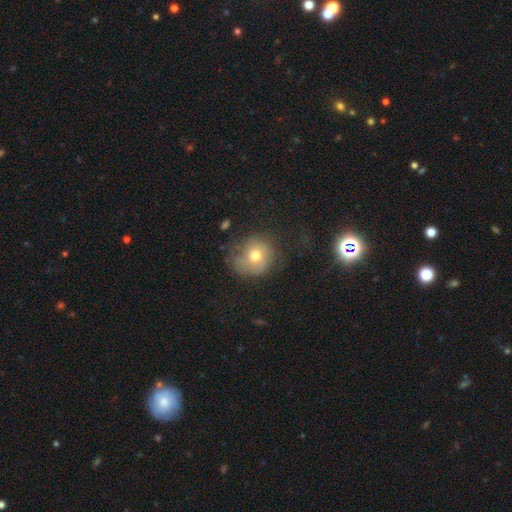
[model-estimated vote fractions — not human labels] smooth 61%, featured or disk 26%, star or artifact 13%. Down the decision tree: how rounded — round (82%); merging — none (55%).